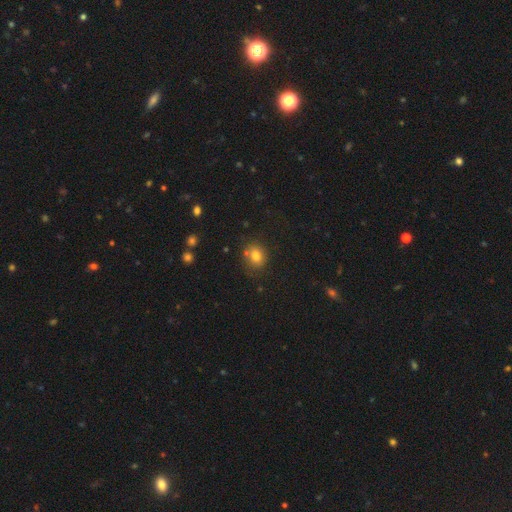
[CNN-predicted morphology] type=smooth (79%); roundness=round (60%); merging=none (70%).